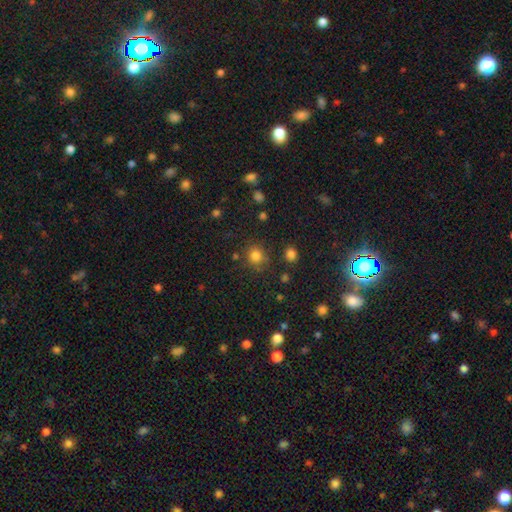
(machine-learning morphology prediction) Smooth or featured?
  - smooth: 81% *
  - star or artifact: 14%
  - featured or disk: 5%
How rounded?
  - round: 87% *
  - in between: 12%
  - cigar-shaped: 1%
Merging?
  - none: 80% *
  - minor disturbance: 11%
  - merger: 5%
  - major disturbance: 4%